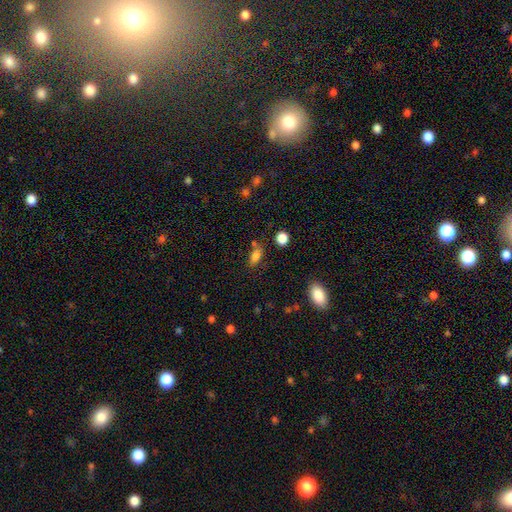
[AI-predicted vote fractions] smooth-or-featured: smooth: 82% | star or artifact: 11% | featured or disk: 7%
  how-rounded: in between: 83% | cigar-shaped: 9% | round: 9%
  merging: none: 67% | minor disturbance: 17% | merger: 11% | major disturbance: 5%